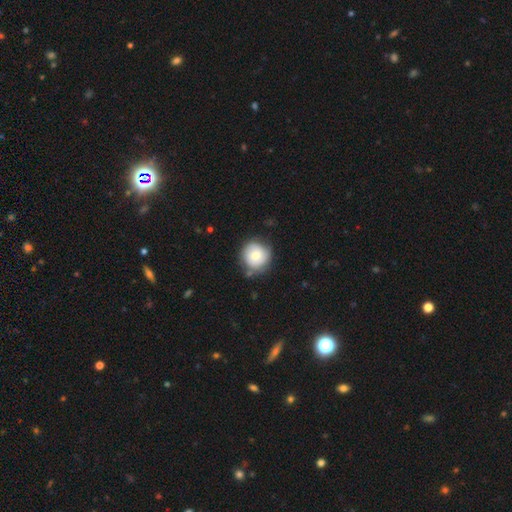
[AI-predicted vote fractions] Q: Smooth or featured?
A: smooth (69%); runner-up: featured or disk (24%)
Q: How rounded?
A: round (92%); runner-up: in between (7%)
Q: Merging?
A: none (72%); runner-up: minor disturbance (19%)